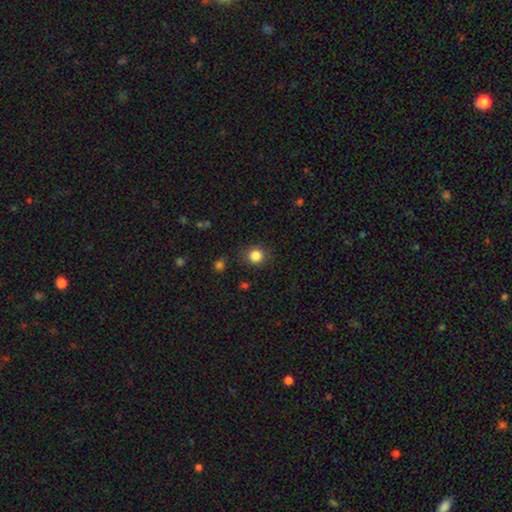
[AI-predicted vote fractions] The model was most divided on "smooth or featured": smooth: 85%, star or artifact: 11%, featured or disk: 4%. More confident: how rounded — round (89%); merging — none (85%).